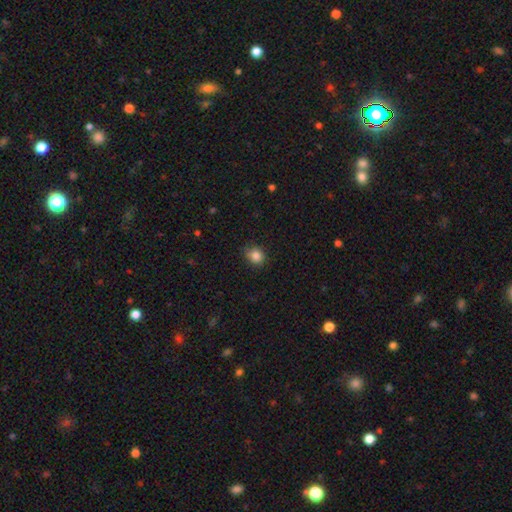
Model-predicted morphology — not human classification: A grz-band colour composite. It shows a smooth galaxy with no disk features (85%) that is round (76%). Merging: none (76%).